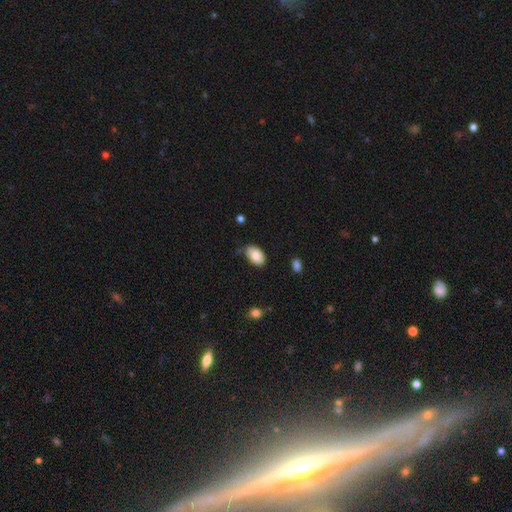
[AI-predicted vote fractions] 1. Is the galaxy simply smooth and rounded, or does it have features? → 82% smooth, 11% featured or disk, 7% star or artifact.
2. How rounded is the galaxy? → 92% in between, 7% round, 1% cigar-shaped.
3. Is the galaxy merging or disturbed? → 72% none, 23% minor disturbance, 4% major disturbance, 2% merger.